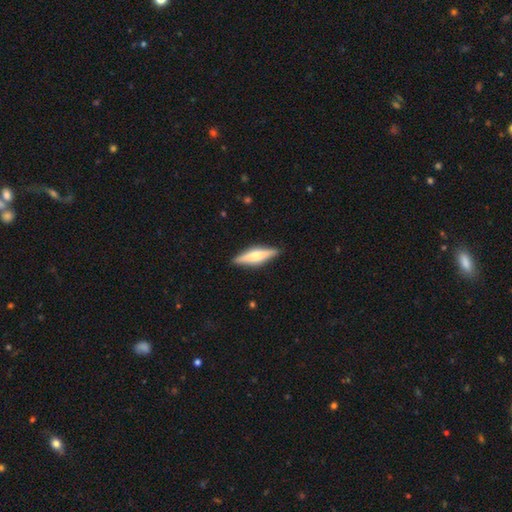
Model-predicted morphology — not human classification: type=featured or disk (51%); edge-on=yes (95%); merging=none (89%).